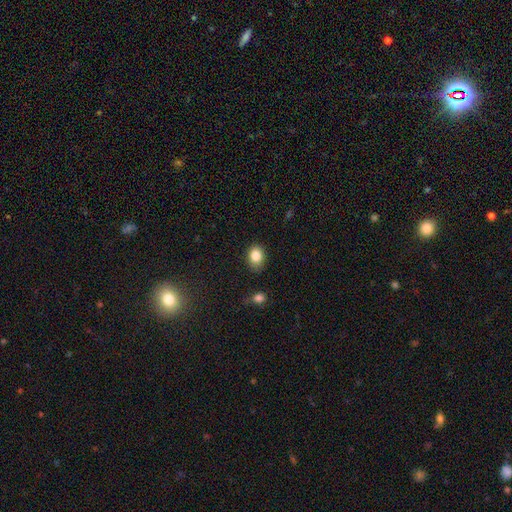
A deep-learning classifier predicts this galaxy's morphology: type=smooth (84%); roundness=in between (66%); merging=none (81%).